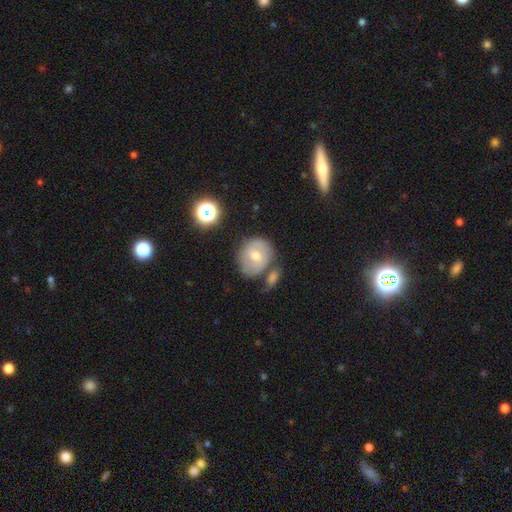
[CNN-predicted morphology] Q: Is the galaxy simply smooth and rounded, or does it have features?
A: smooth — 55%.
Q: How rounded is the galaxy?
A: round — 75%.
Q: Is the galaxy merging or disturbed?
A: none — 56%.